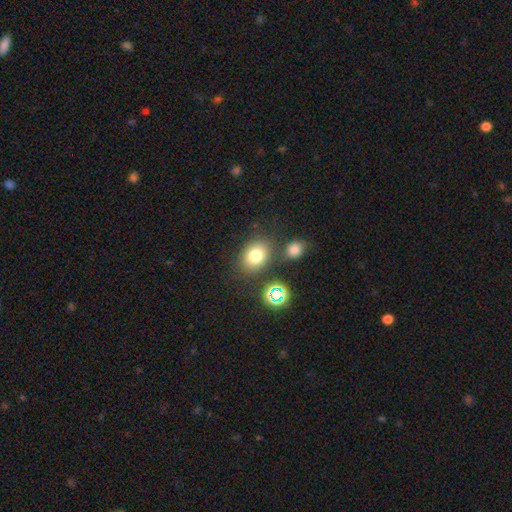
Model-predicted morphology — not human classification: Smooth or featured? Predicted: smooth (p=0.76). How rounded? Predicted: in between (p=0.57). Merging? Predicted: none (p=0.75).